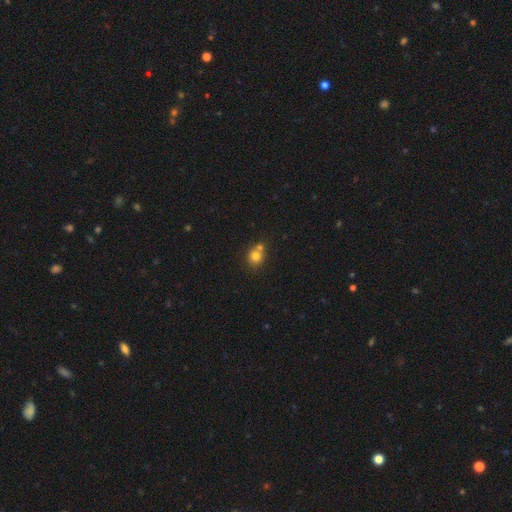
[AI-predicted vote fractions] Smooth or featured?
  - smooth: 78% *
  - star or artifact: 12%
  - featured or disk: 10%
How rounded?
  - round: 83% *
  - in between: 16%
  - cigar-shaped: 1%
Merging?
  - none: 52% *
  - merger: 37%
  - minor disturbance: 9%
  - major disturbance: 3%